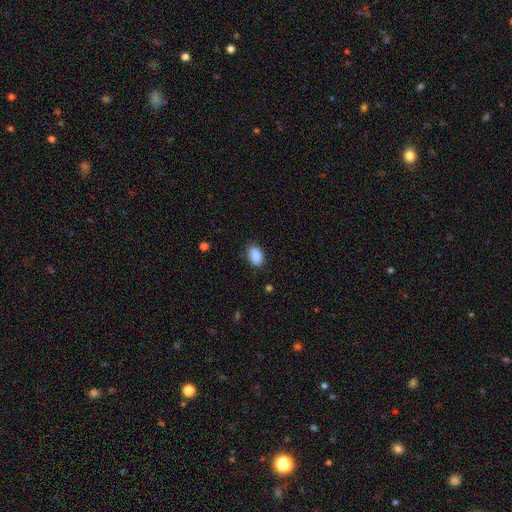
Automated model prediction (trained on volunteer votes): smooth_or_featured: smooth (p=0.89) [alt: star or artifact p=0.08]
how_rounded: in between (p=0.90) [alt: round p=0.09]
merging: none (p=0.80) [alt: minor disturbance p=0.15]